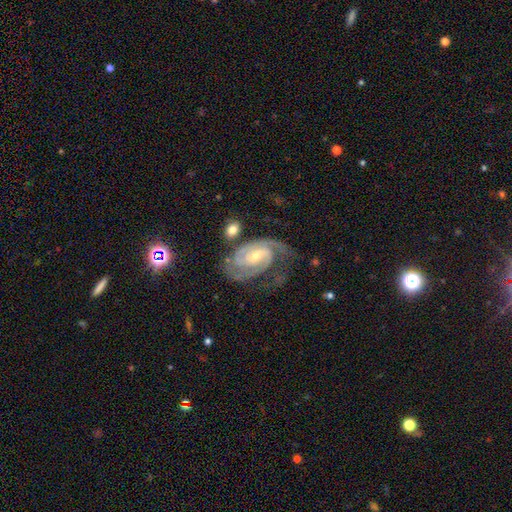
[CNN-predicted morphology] The model was most divided on "bar": weak: 44%, no: 35%, strong: 21%. More confident: spiral arms — yes (98%); edge-on disk — no (97%); smooth or featured — featured or disk (91%); spiral arm count — 2 (71%); merging — none (62%); bulge size — small (59%); spiral winding — tight (59%).